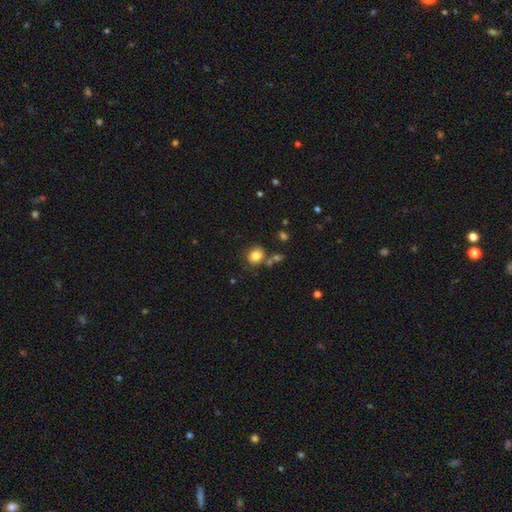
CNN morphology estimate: smooth 81%, star or artifact 10%, featured or disk 8%. Down the decision tree: how rounded — round (71%); merging — none (71%).